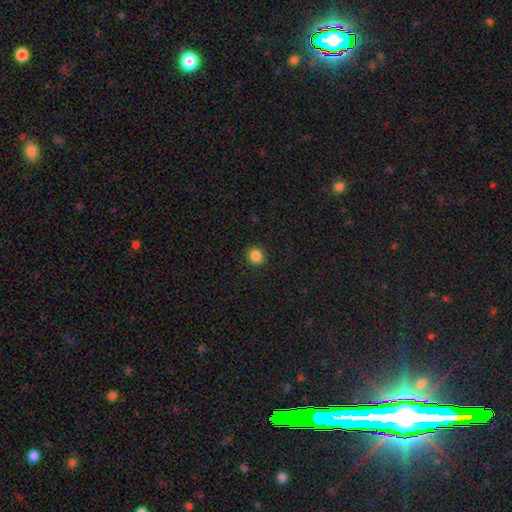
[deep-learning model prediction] Smooth or featured? smooth (86%)
How rounded? round (81%)
Merging? none (91%)